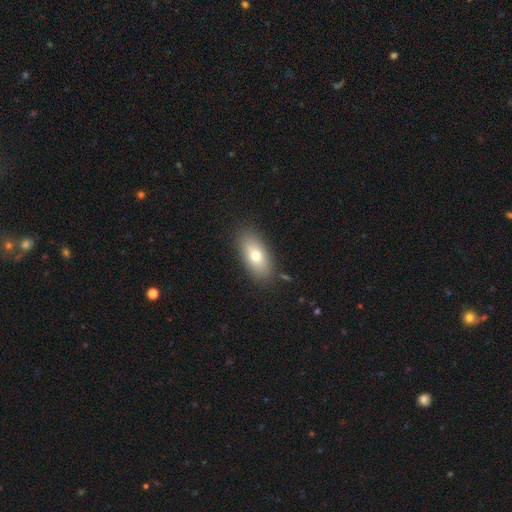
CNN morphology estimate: type=smooth (73%); roundness=in between (86%); merging=none (85%).